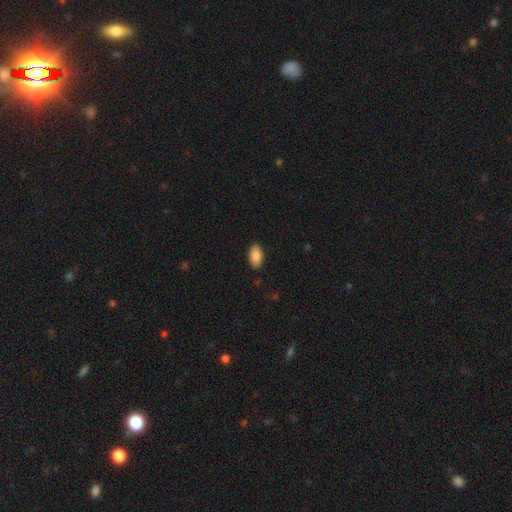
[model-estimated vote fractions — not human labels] This appears to be a smooth galaxy with no disk features (86%) that is in between round and cigar-shaped (94%). Merging: none (88%).